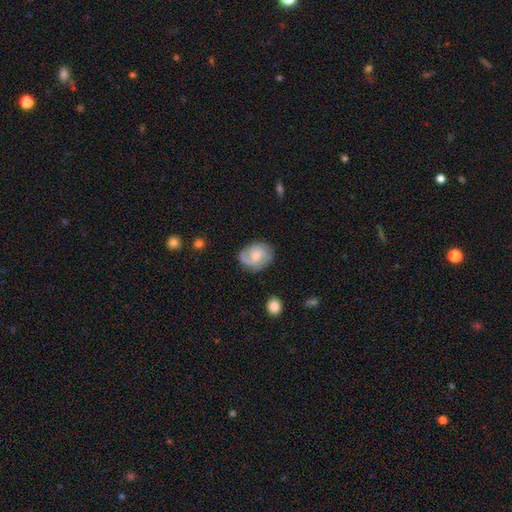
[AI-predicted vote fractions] Smooth or featured: featured or disk — 61% (smooth — 32%)
Edge-on disk: no — 97% (yes — 3%)
Bar: no — 54% (weak — 41%)
Spiral arms: yes — 91% (no — 9%)
Spiral winding: medium — 45% (loose — 29%)
Spiral arm count: 2 — 55% (1 — 16%)
Bulge size: small — 44% (tied with moderate — 44%)
Merging: none — 68% (minor disturbance — 22%)